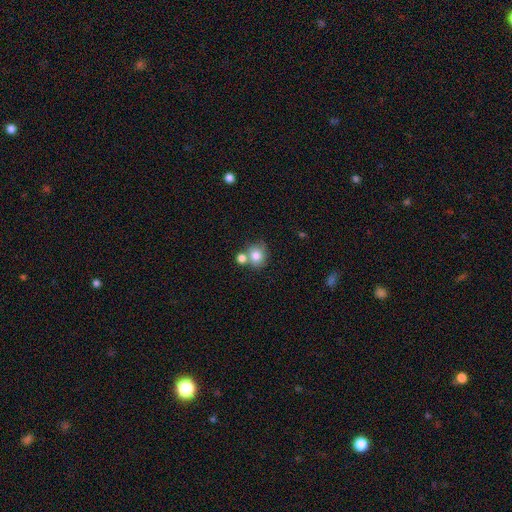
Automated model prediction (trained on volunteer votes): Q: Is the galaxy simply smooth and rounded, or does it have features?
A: smooth — 79%.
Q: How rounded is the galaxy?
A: round — 81%.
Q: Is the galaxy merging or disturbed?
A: none — 50%.